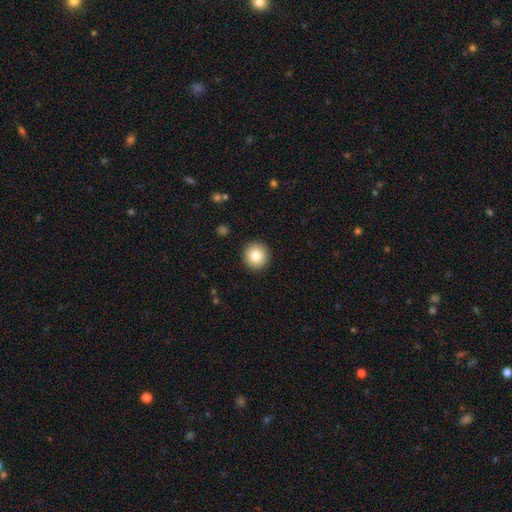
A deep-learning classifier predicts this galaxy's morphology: Smooth or featured? smooth (81%)
How rounded? round (95%)
Merging? none (92%)